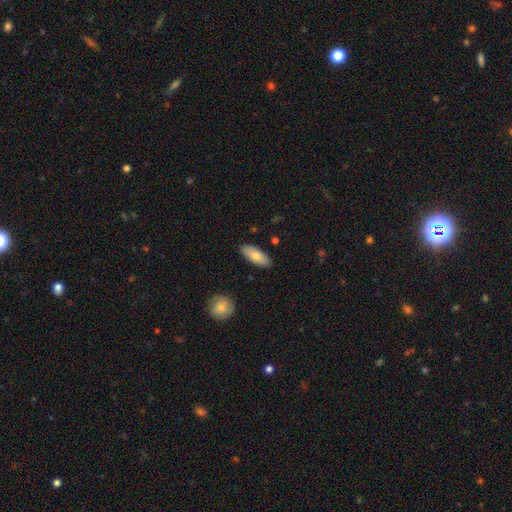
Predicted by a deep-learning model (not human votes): This appears to be a smooth galaxy with no disk features (78%) that is in between round and cigar-shaped (80%). Merging: none (87%).